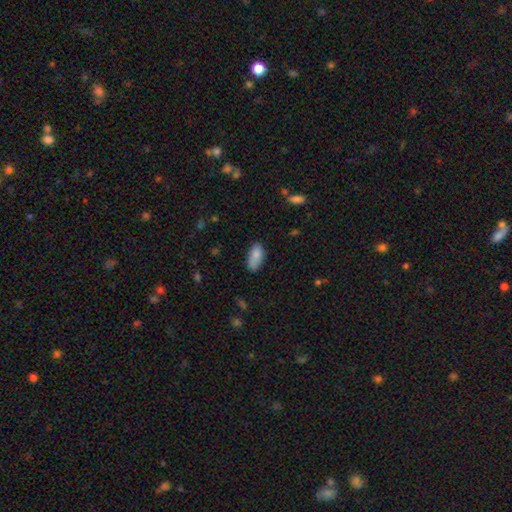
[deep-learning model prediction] Q: Smooth or featured?
A: smooth (83%); runner-up: featured or disk (10%)
Q: How rounded?
A: in between (89%); runner-up: cigar-shaped (8%)
Q: Merging?
A: none (66%); runner-up: minor disturbance (25%)